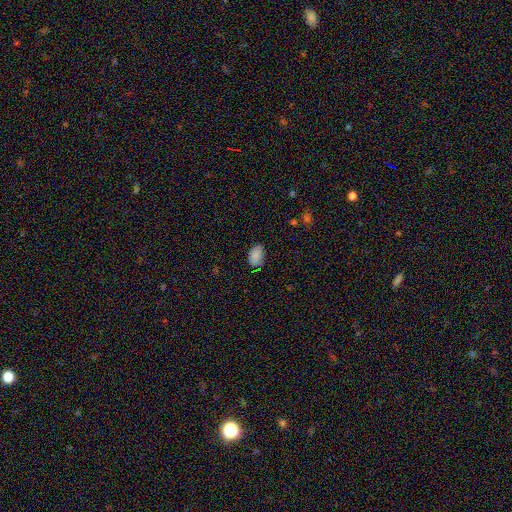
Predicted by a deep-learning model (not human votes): Morphology: type=smooth (86%); roundness=in between (90%); merging=none (80%).